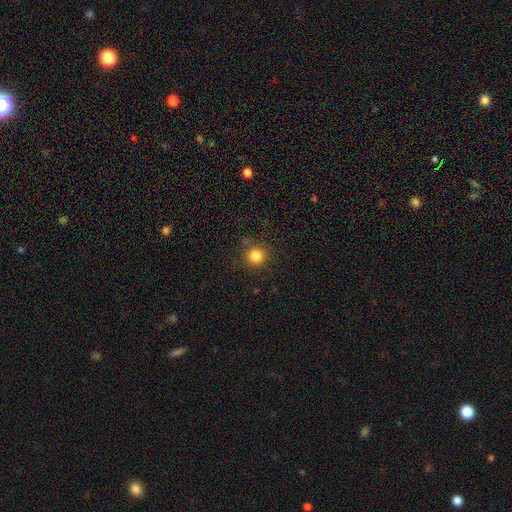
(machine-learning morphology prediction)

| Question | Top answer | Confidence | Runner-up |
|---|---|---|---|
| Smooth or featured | smooth | 83% | star or artifact (13%) |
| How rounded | round | 93% | in between (6%) |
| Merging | none | 84% | minor disturbance (10%) |